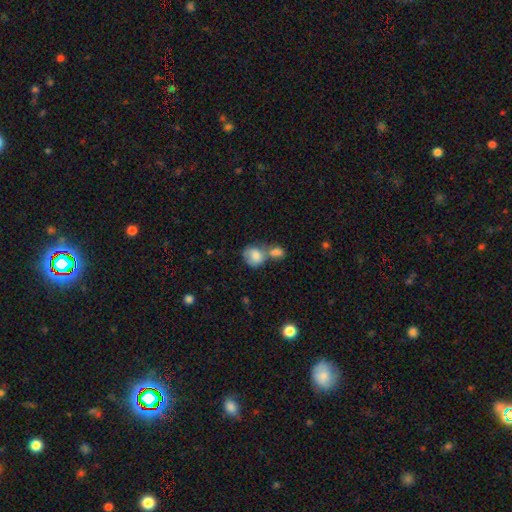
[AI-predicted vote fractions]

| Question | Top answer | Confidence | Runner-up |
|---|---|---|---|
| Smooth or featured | smooth | 80% | featured or disk (13%) |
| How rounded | round | 57% | in between (41%) |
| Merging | merger | 56% | none (25%) |